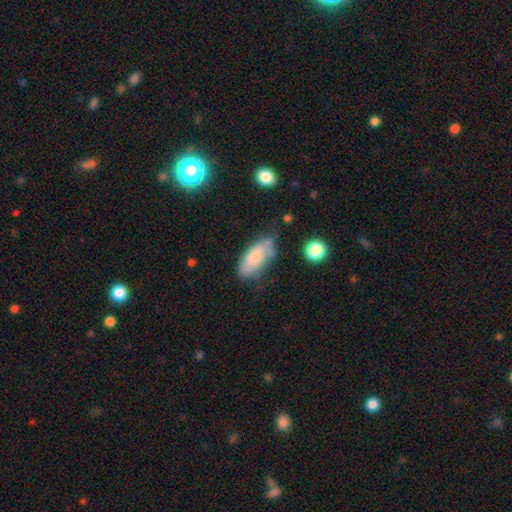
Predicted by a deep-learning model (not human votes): smooth-or-featured: smooth: 69% | featured or disk: 24% | star or artifact: 7%
  how-rounded: in between: 87% | cigar-shaped: 11% | round: 2%
  merging: none: 59% | minor disturbance: 29% | major disturbance: 7% | merger: 4%